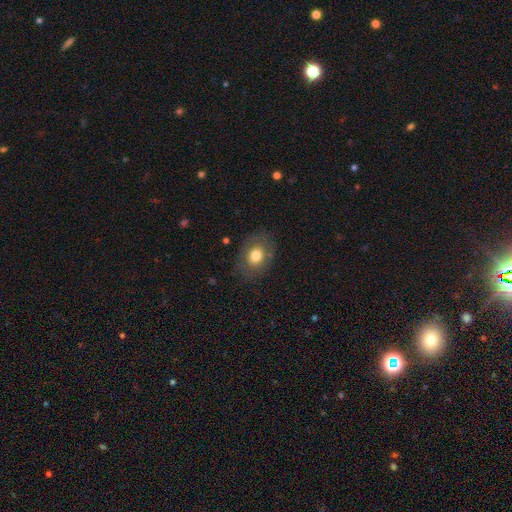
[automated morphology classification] A smooth galaxy with no disk features (69%) that is in between round and cigar-shaped (61%). Merging: none (81%).